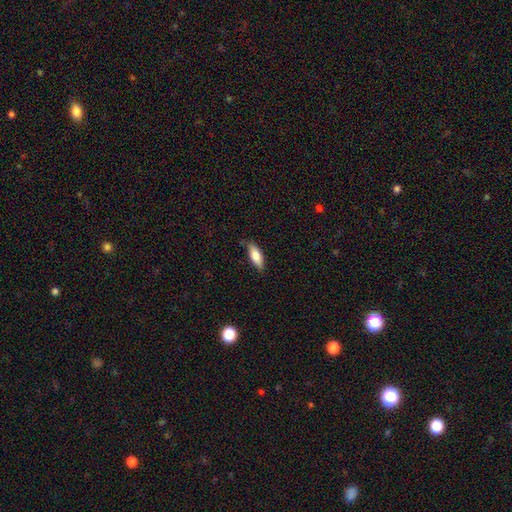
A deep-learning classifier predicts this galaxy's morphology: smooth 78%, featured or disk 15%, star or artifact 6%. Down the decision tree: how rounded — in between (68%); merging — none (81%).